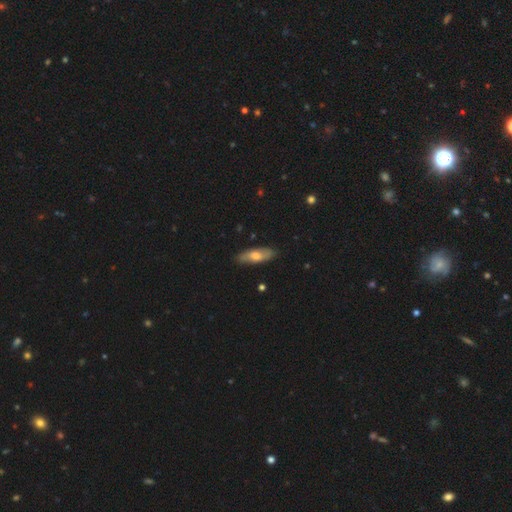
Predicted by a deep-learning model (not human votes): Morphology: type=smooth (58%); roundness=in between (65%); merging=none (85%).